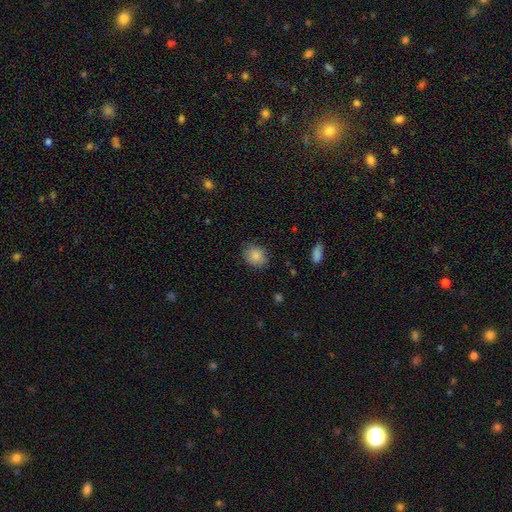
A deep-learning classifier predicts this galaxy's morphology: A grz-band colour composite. It shows a smooth galaxy with no disk features (86%) that is round (59%). Merging: none (83%).